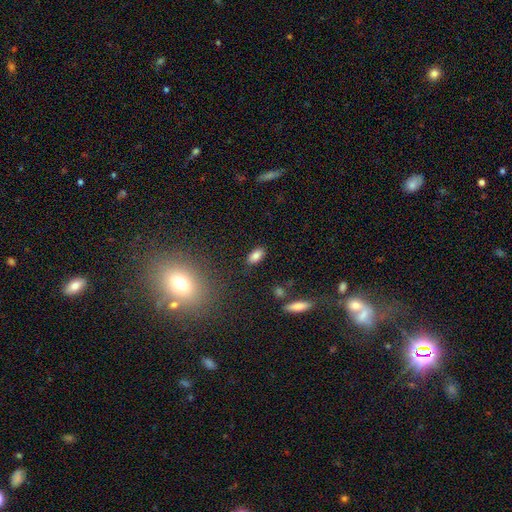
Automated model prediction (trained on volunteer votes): smooth-or-featured: smooth: 82% | star or artifact: 10% | featured or disk: 8%
  how-rounded: in between: 90% | cigar-shaped: 6% | round: 4%
  merging: none: 85% | minor disturbance: 10% | major disturbance: 3% | merger: 2%